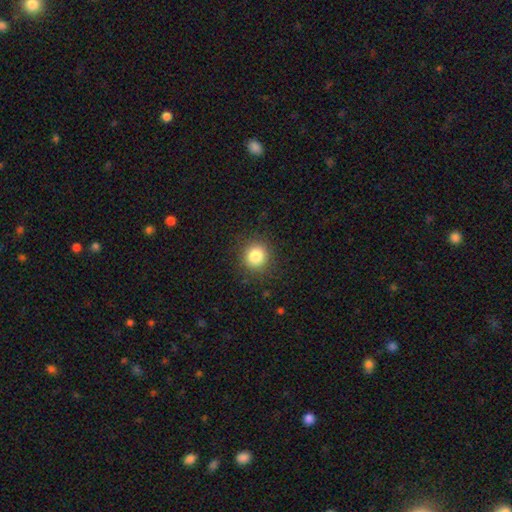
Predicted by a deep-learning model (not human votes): Smooth or featured? Predicted: smooth (p=0.83). How rounded? Predicted: round (p=0.91). Merging? Predicted: none (p=0.89).